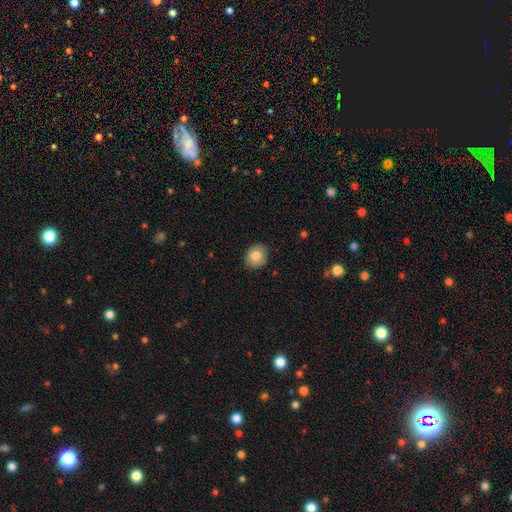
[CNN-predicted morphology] The model was most divided on "how rounded": round: 63%, in between: 36%, cigar-shaped: 1%. More confident: merging — none (86%); smooth or featured — smooth (80%).